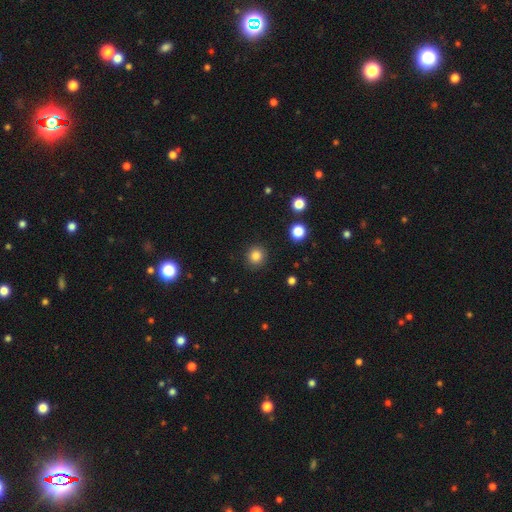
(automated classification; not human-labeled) Smooth or featured?
  - smooth: 84% *
  - star or artifact: 12%
  - featured or disk: 4%
How rounded?
  - round: 91% *
  - in between: 8%
  - cigar-shaped: 1%
Merging?
  - none: 90% *
  - minor disturbance: 7%
  - major disturbance: 2%
  - merger: 1%